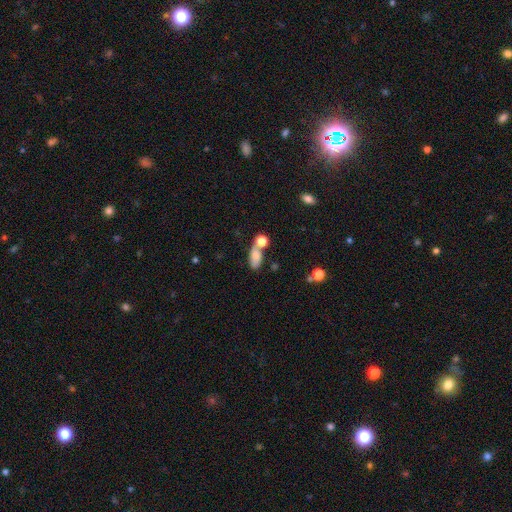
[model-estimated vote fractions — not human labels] Smooth or featured?
  - smooth: 74% *
  - featured or disk: 16%
  - star or artifact: 10%
How rounded?
  - in between: 78% *
  - round: 12%
  - cigar-shaped: 10%
Merging?
  - none: 41% *
  - merger: 37%
  - minor disturbance: 14%
  - major disturbance: 7%